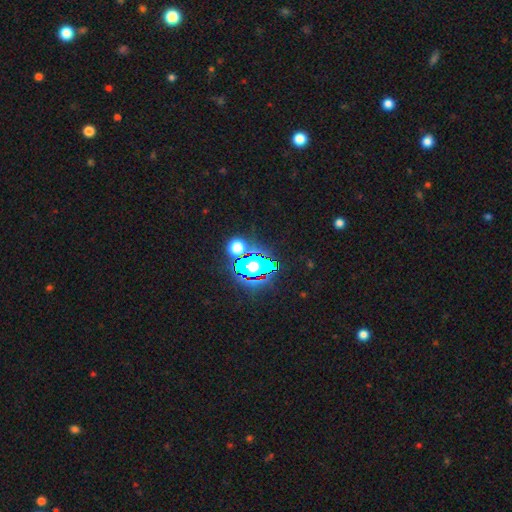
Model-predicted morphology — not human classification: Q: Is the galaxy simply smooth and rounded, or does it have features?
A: star or artifact — 81%.